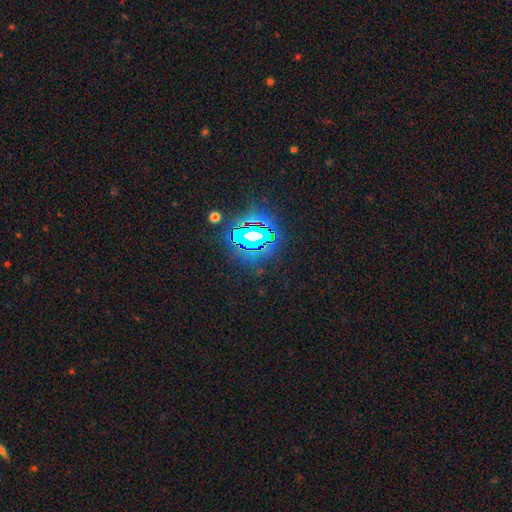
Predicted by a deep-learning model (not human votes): Smooth or featured? star or artifact (83%)